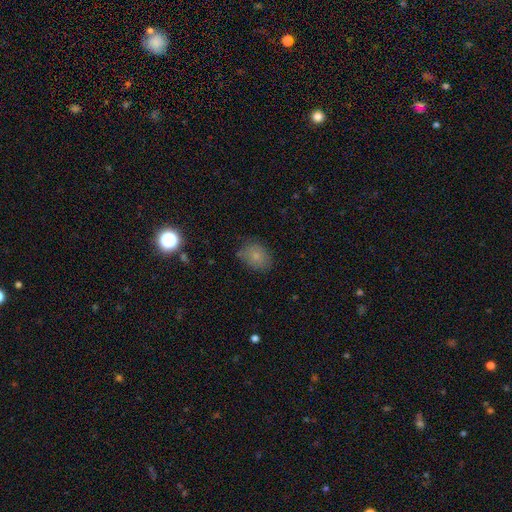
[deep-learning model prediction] This appears to be a smooth galaxy with no disk features (78%) that is in between round and cigar-shaped (63%). Merging: none (72%).